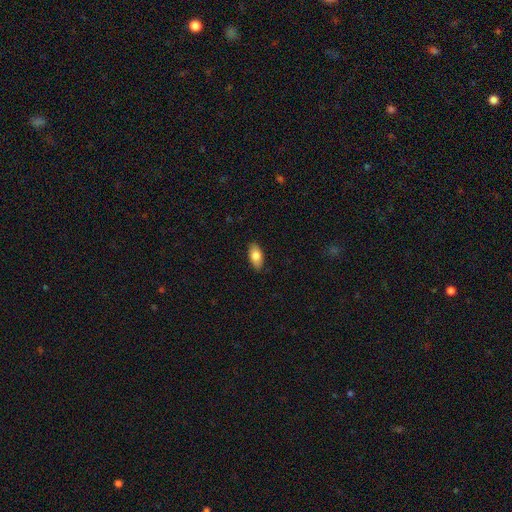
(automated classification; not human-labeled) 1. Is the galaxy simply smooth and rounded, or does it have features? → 82% smooth, 12% featured or disk, 7% star or artifact.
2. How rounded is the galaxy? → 91% in between, 7% cigar-shaped, 3% round.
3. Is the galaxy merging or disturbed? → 88% none, 9% minor disturbance, 2% major disturbance, 1% merger.